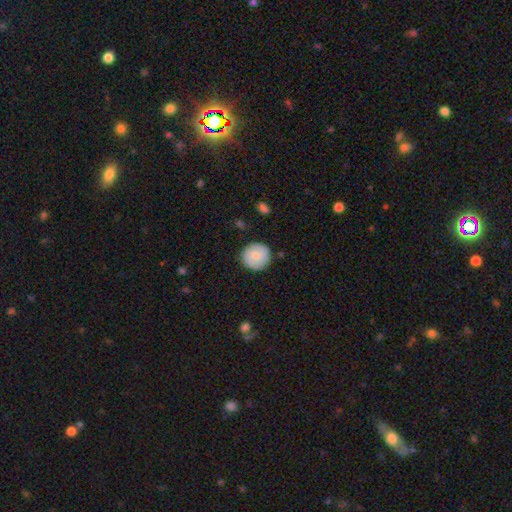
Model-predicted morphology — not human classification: smooth_or_featured: smooth (p=0.73) [alt: featured or disk p=0.20]
how_rounded: round (p=0.93) [alt: in between p=0.06]
merging: none (p=0.86) [alt: minor disturbance p=0.10]